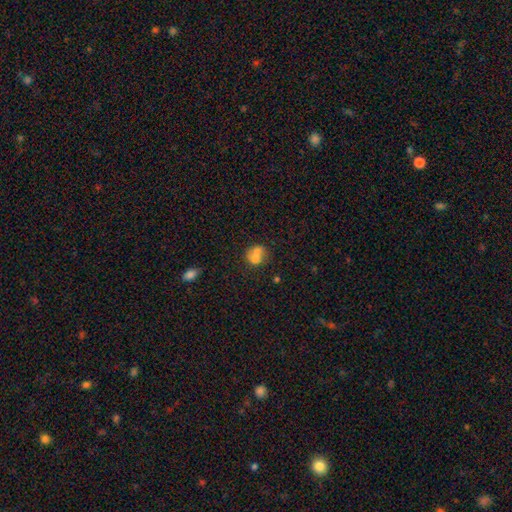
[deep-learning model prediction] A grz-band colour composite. It shows a smooth galaxy with no disk features (68%) that is round (67%). Merging: merger (63%).